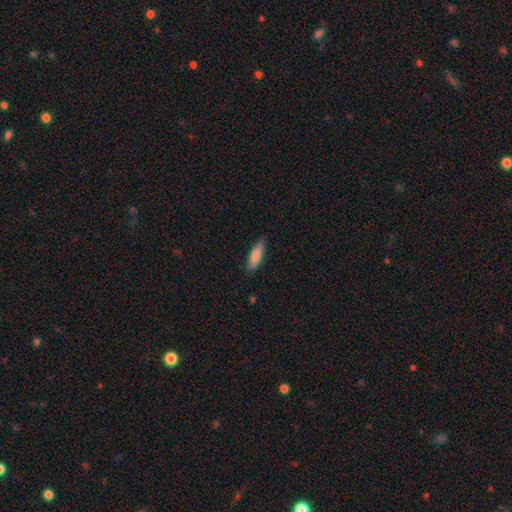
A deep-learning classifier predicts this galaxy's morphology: Smooth or featured?
  - smooth: 81% *
  - featured or disk: 13%
  - star or artifact: 6%
How rounded?
  - cigar-shaped: 65% *
  - in between: 33%
  - round: 2%
Merging?
  - none: 86% *
  - minor disturbance: 11%
  - major disturbance: 2%
  - merger: 1%